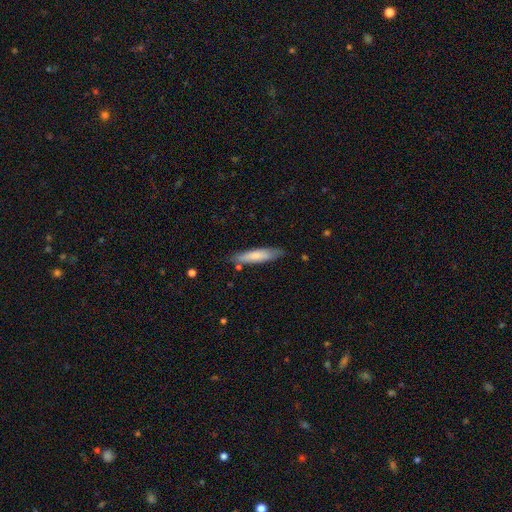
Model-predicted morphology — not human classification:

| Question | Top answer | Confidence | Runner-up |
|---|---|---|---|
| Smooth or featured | smooth | 75% | featured or disk (19%) |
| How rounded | cigar-shaped | 82% | in between (17%) |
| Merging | none | 80% | minor disturbance (14%) |